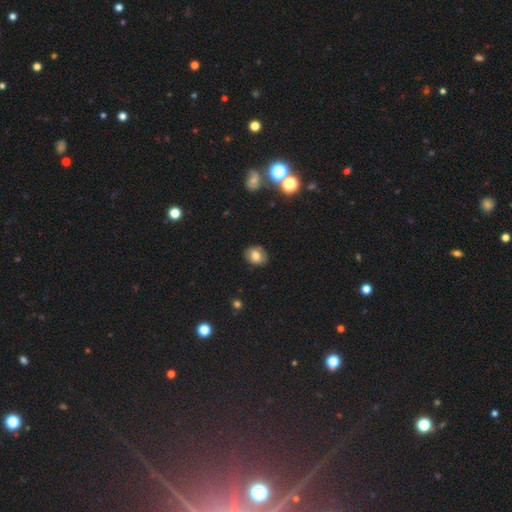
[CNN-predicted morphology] smooth_or_featured: smooth (p=0.74) [alt: featured or disk p=0.15]
how_rounded: round (p=0.52) [alt: in between p=0.47]
merging: none (p=0.84) [alt: minor disturbance p=0.12]